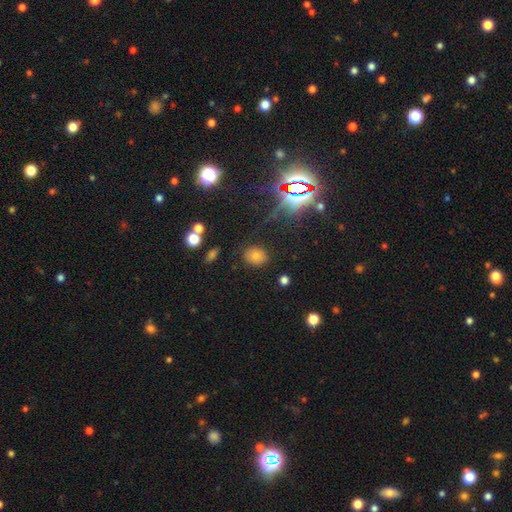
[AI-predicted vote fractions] Morphology: type=smooth (65%); roundness=round (54%); merging=none (84%).